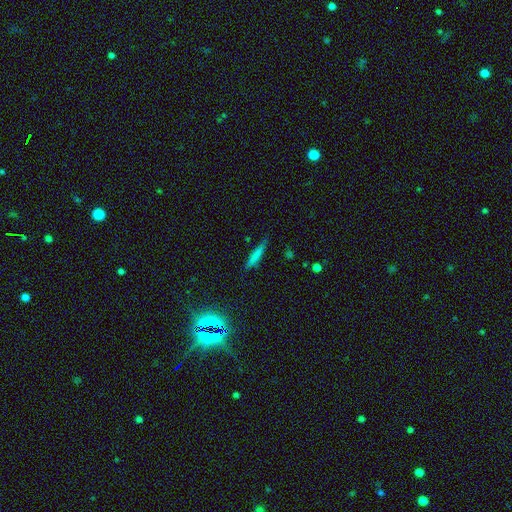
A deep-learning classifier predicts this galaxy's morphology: type=smooth (73%); roundness=cigar-shaped (90%); merging=none (81%).